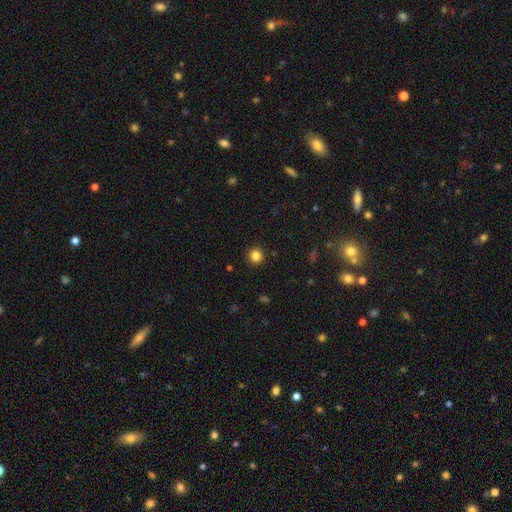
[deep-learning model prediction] The model was most divided on "smooth or featured": smooth: 84%, star or artifact: 12%, featured or disk: 4%. More confident: how rounded — round (95%); merging — none (93%).